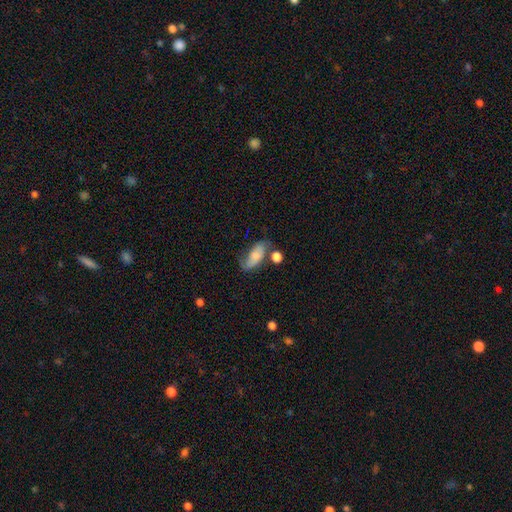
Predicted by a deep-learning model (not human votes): Q: Smooth or featured?
A: smooth (59%); runner-up: featured or disk (33%)
Q: How rounded?
A: in between (85%); runner-up: cigar-shaped (10%)
Q: Merging?
A: none (46%); runner-up: minor disturbance (27%)